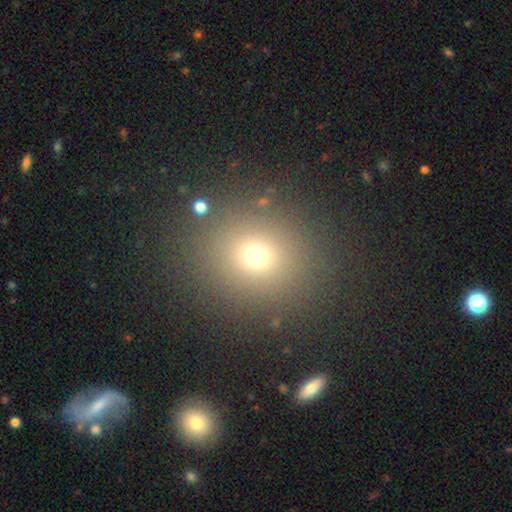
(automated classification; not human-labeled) This is likely a smooth galaxy (70%). How rounded: likely round (77%). Merging: clearly none (87%).